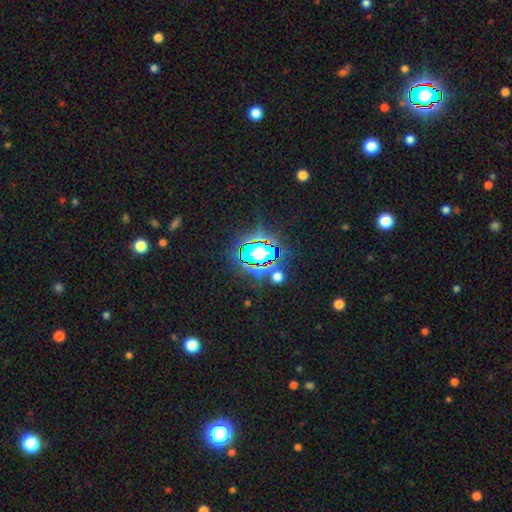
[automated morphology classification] smooth_or_featured: star or artifact (p=0.68) [alt: smooth p=0.20]